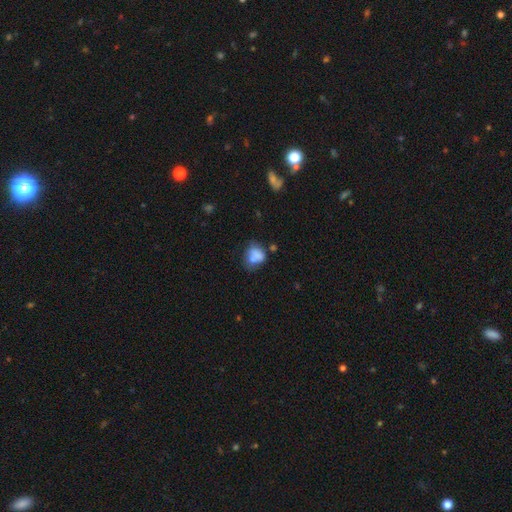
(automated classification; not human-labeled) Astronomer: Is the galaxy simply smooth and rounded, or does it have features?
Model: smooth — 74%.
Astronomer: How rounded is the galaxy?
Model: in between — 52% (runner-up: round, 47%).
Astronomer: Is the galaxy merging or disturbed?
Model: none — 36% (runner-up: minor disturbance, 28%).